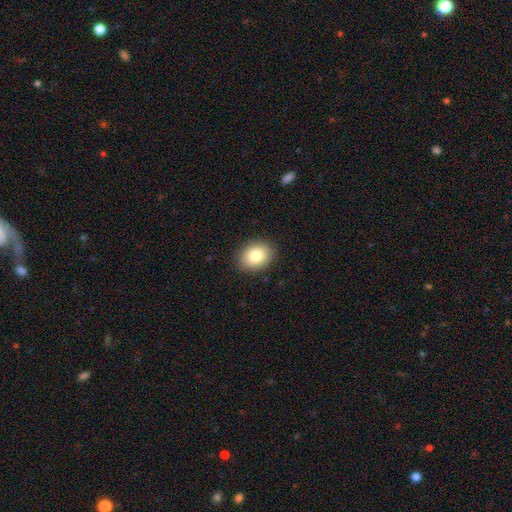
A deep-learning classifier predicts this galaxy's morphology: smooth-or-featured: smooth: 82% | featured or disk: 9% | star or artifact: 9%
  how-rounded: in between: 64% | round: 35% | cigar-shaped: 1%
  merging: none: 89% | minor disturbance: 8% | major disturbance: 2% | merger: 1%